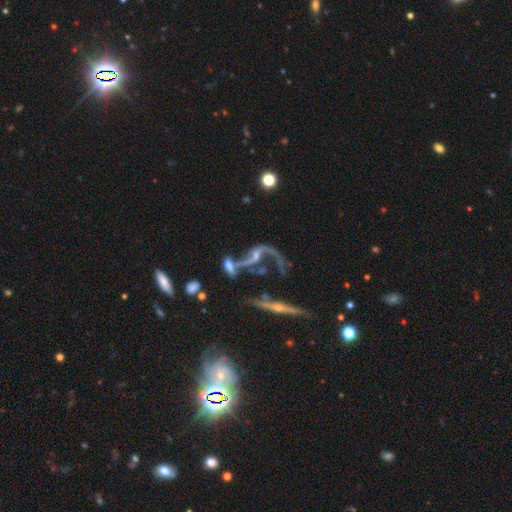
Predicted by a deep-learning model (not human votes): Smooth or featured: featured or disk — 82% (star or artifact — 10%)
Edge-on disk: no — 89% (yes — 11%)
Bar: no — 53% (weak — 32%)
Spiral arms: yes — 85% (no — 15%)
Spiral winding: loose — 86% (medium — 10%)
Spiral arm count: 2 — 78% (1 — 15%)
Bulge size: small — 47% (moderate — 25%)
Merging: merger — 36% (none — 29%)